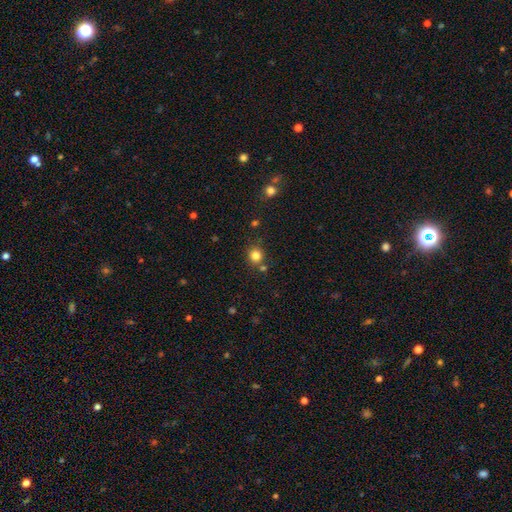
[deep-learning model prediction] smooth 82%, star or artifact 13%, featured or disk 5%. Down the decision tree: how rounded — round (90%); merging — none (78%).